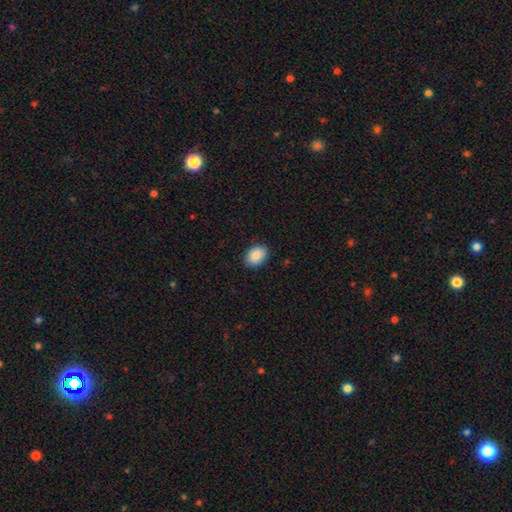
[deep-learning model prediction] This is clearly a smooth galaxy (89%). How rounded: likely in between (78%). Merging: clearly none (88%).